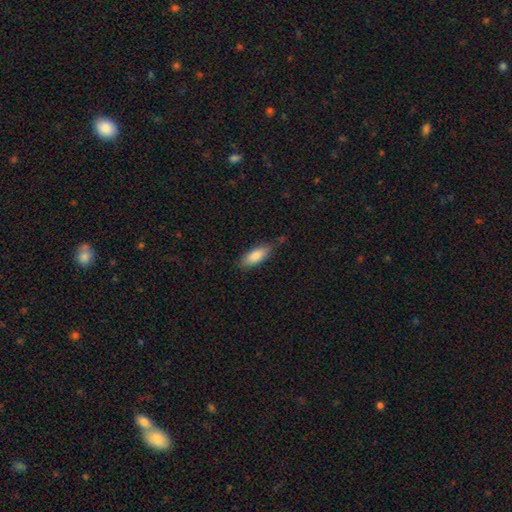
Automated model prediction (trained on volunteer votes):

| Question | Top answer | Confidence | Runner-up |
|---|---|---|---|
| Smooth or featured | smooth | 85% | featured or disk (9%) |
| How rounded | in between | 76% | cigar-shaped (23%) |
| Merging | none | 71% | minor disturbance (22%) |